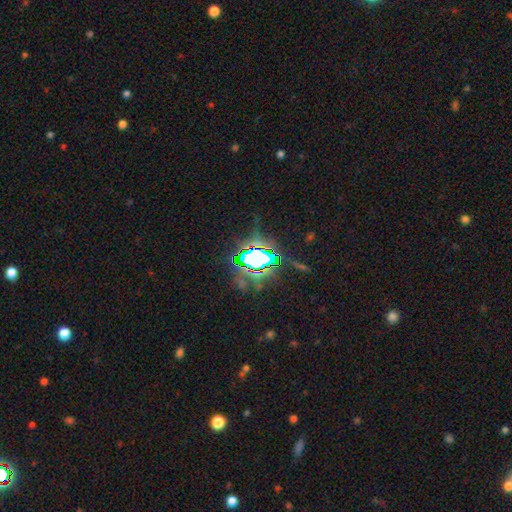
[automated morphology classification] The model was most divided on "smooth or featured": star or artifact: 80%, smooth: 11%, featured or disk: 10%.